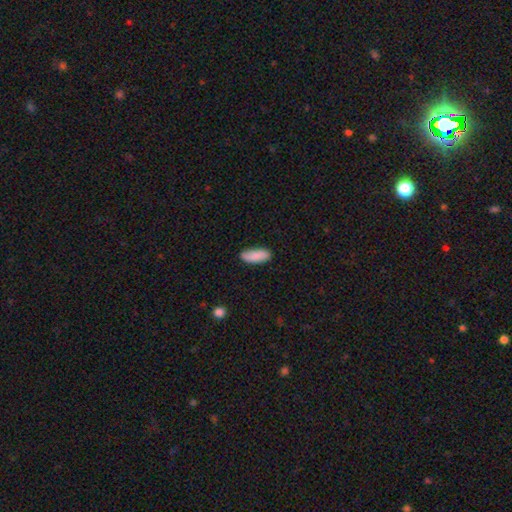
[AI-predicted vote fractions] Overall: smooth (87%). How rounded: in between (78%). Merging: none (81%).